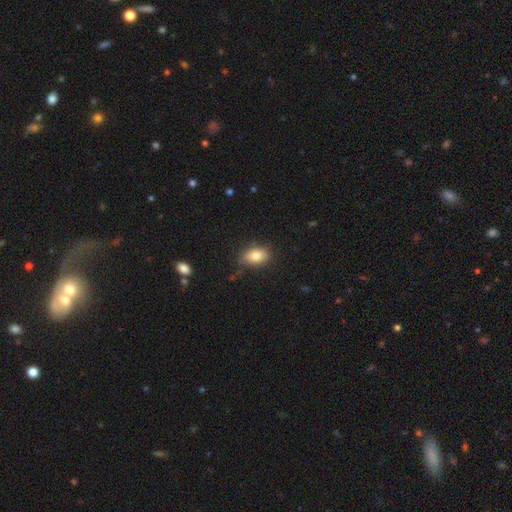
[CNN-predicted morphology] A smooth galaxy with no disk features (82%) that is in between round and cigar-shaped (84%).

Vote fractions:
- Smooth or featured? smooth: 82% / featured or disk: 10% / star or artifact: 8%
- How rounded? in between: 84% / round: 14% / cigar-shaped: 2%
- Merging? none: 71% / minor disturbance: 21% / major disturbance: 5% / merger: 2%